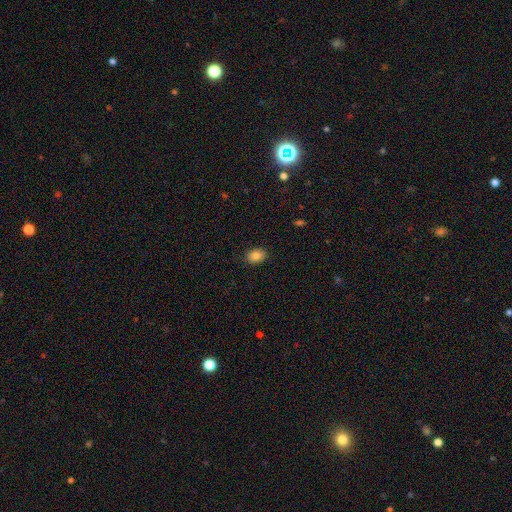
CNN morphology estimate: Smooth or featured? smooth (84%)
How rounded? in between (72%)
Merging? none (87%)